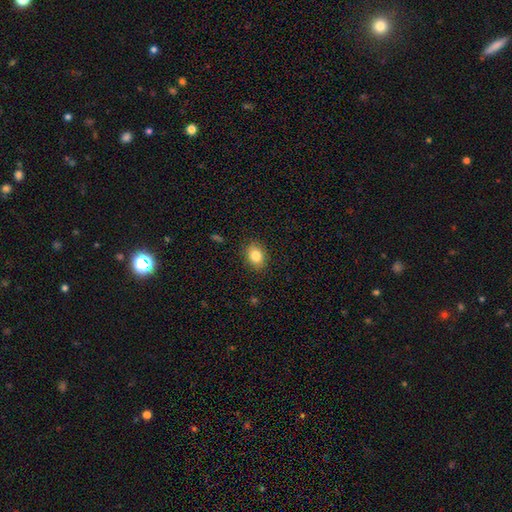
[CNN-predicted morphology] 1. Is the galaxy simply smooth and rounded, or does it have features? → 83% smooth, 9% star or artifact, 8% featured or disk.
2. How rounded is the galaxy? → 62% in between, 37% round, 1% cigar-shaped.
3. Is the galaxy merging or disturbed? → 87% none, 9% minor disturbance, 2% major disturbance, 1% merger.